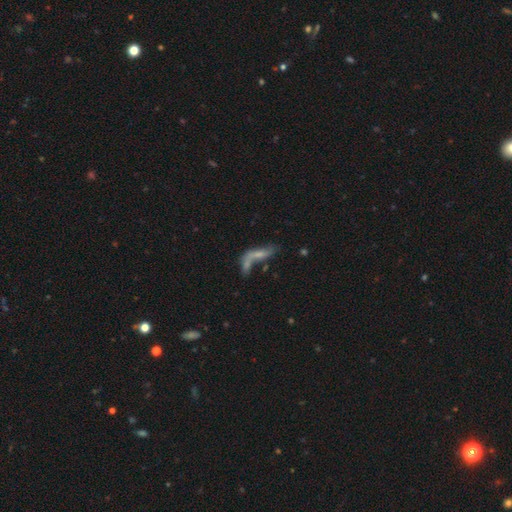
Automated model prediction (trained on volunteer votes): Smooth or featured: featured or disk — 45% (smooth — 43%)
Merging: merger — 41% (none — 28%)